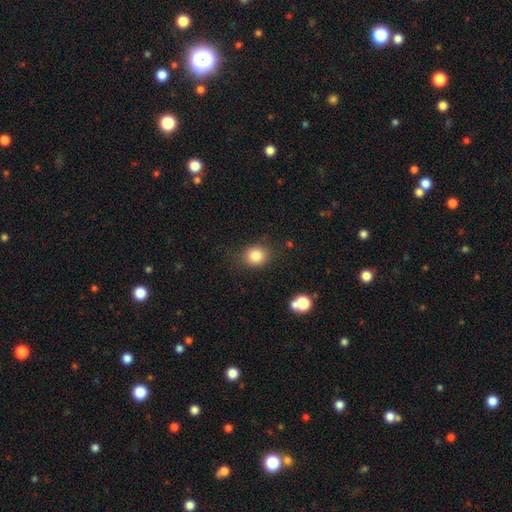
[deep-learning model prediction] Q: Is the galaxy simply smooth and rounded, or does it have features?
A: smooth — 82%.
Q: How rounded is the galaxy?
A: round — 72%.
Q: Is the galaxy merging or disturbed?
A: none — 79%.